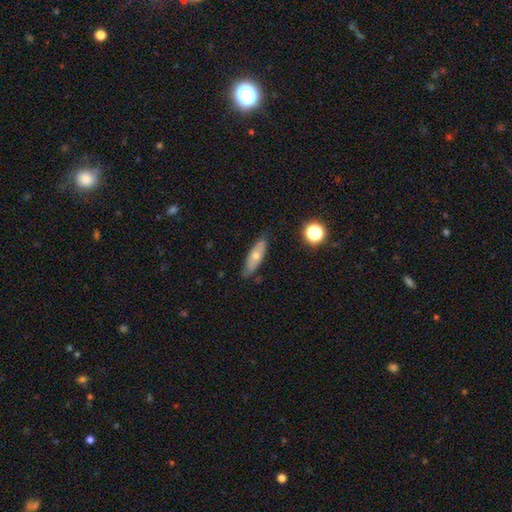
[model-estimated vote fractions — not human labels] smooth_or_featured: smooth (p=0.52) [alt: featured or disk p=0.39]
how_rounded: cigar-shaped (p=0.52) [alt: in between p=0.45]
merging: none (p=0.82) [alt: minor disturbance p=0.14]